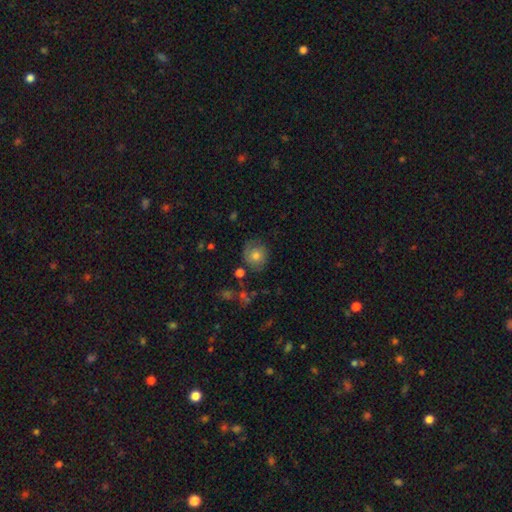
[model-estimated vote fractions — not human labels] smooth_or_featured: smooth (p=0.67) [alt: featured or disk p=0.24]
how_rounded: round (p=0.82) [alt: in between p=0.17]
merging: none (p=0.67) [alt: minor disturbance p=0.21]